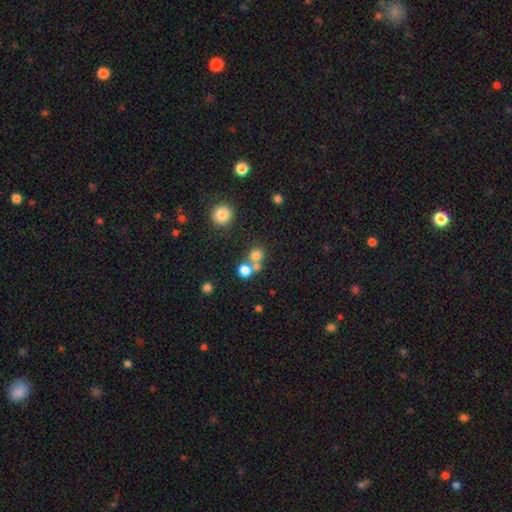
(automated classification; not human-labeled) Morphology: type=smooth (73%); roundness=round (85%); merging=none (47%).